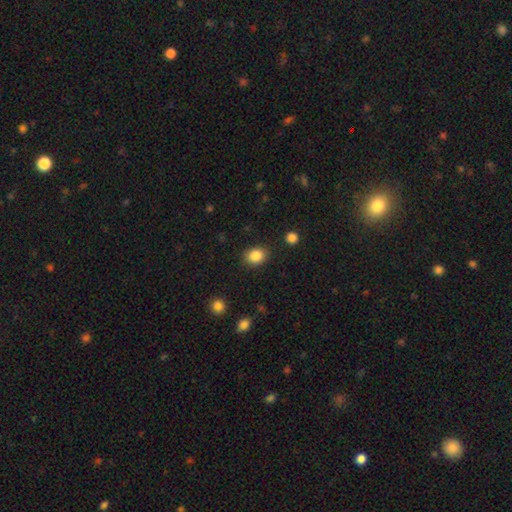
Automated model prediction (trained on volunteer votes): Smooth or featured?
  - smooth: 86% *
  - star or artifact: 9%
  - featured or disk: 5%
How rounded?
  - in between: 54% *
  - round: 45%
  - cigar-shaped: 1%
Merging?
  - none: 86% *
  - minor disturbance: 9%
  - major disturbance: 3%
  - merger: 2%